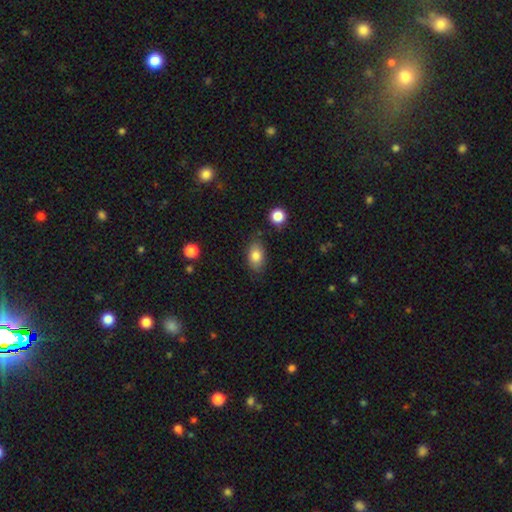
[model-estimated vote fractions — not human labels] A smooth galaxy with no disk features (82%) that is in between round and cigar-shaped (87%).

Vote fractions:
- Smooth or featured? smooth: 82% / featured or disk: 10% / star or artifact: 8%
- How rounded? in between: 87% / round: 11% / cigar-shaped: 2%
- Merging? none: 79% / minor disturbance: 15% / major disturbance: 3% / merger: 3%